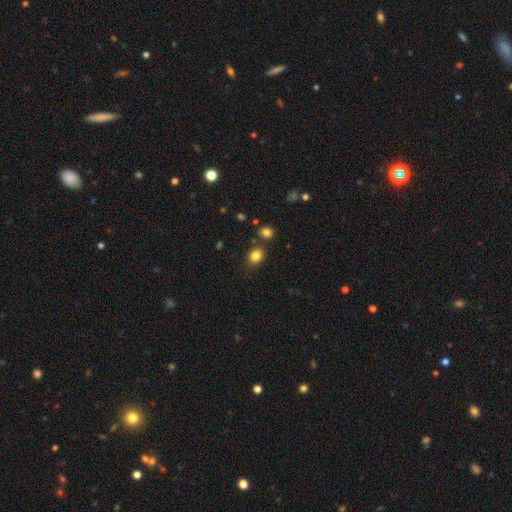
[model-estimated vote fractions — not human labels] This appears to be a smooth galaxy with no disk features (82%) that is round (58%). Merging: none (76%).